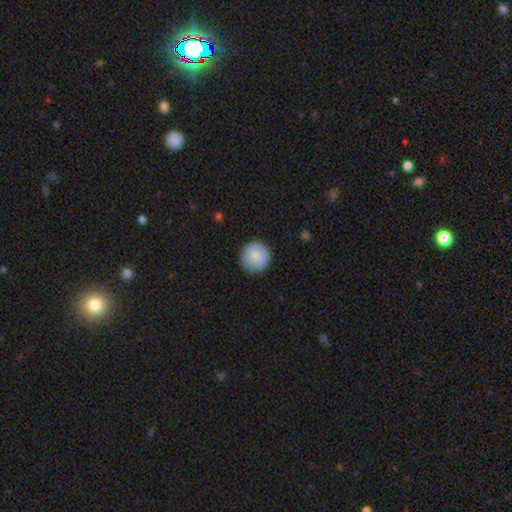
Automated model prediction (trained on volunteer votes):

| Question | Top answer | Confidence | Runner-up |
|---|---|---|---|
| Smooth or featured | smooth | 82% | featured or disk (12%) |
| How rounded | round | 96% | in between (3%) |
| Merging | none | 90% | minor disturbance (7%) |